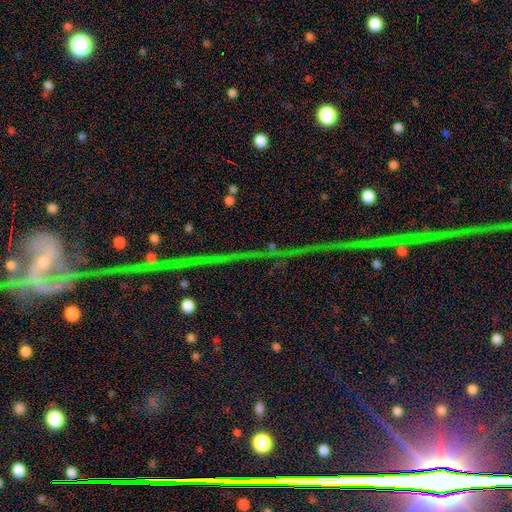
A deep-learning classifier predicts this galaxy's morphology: type=star or artifact (75%).